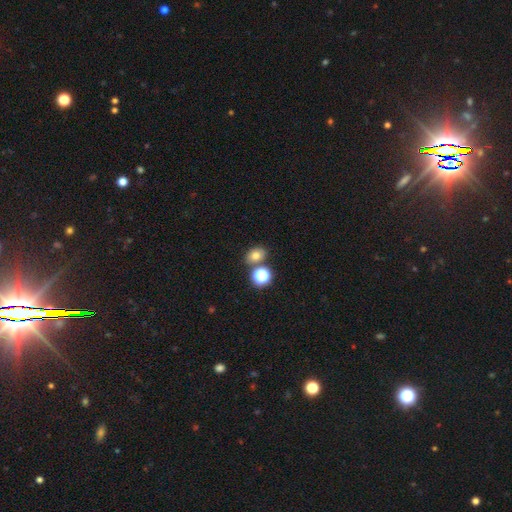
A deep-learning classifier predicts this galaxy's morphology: Smooth or featured?
  - smooth: 74% *
  - star or artifact: 17%
  - featured or disk: 9%
How rounded?
  - in between: 56% *
  - round: 43%
  - cigar-shaped: 1%
Merging?
  - none: 72% *
  - merger: 15%
  - minor disturbance: 10%
  - major disturbance: 3%